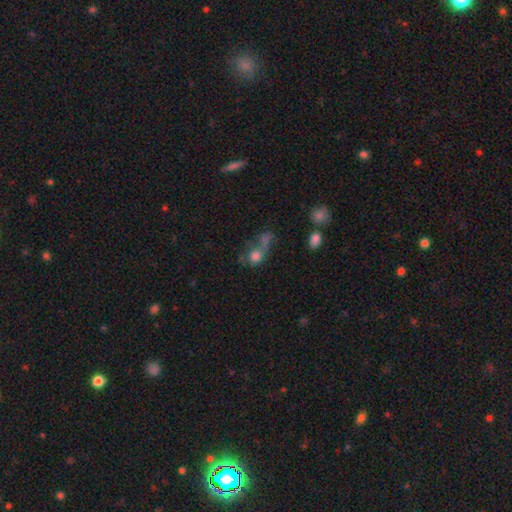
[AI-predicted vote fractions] Morphology: type=smooth (70%); roundness=round (66%); merging=merger (40%).